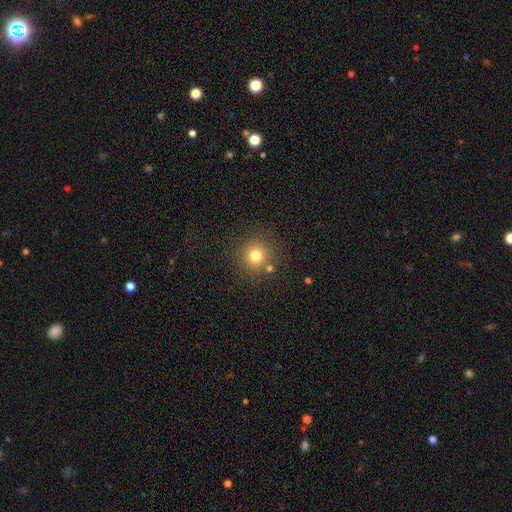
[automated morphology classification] Smooth or featured: smooth — 77% (star or artifact — 15%)
How rounded: round — 93% (in between — 6%)
Merging: none — 81% (minor disturbance — 8%)